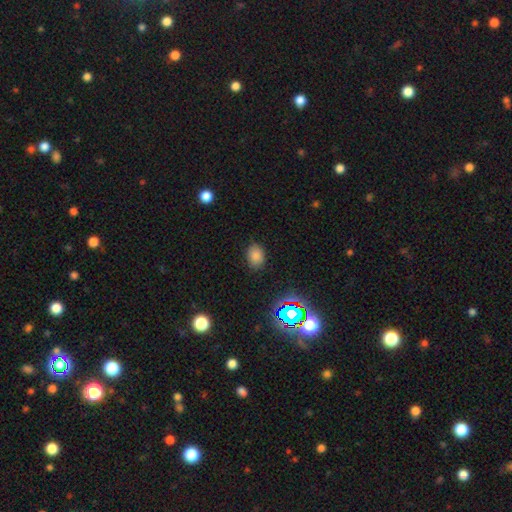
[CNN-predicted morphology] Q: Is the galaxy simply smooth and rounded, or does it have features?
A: smooth — 78%.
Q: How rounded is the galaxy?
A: in between — 67%.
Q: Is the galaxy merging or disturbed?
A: none — 83%.